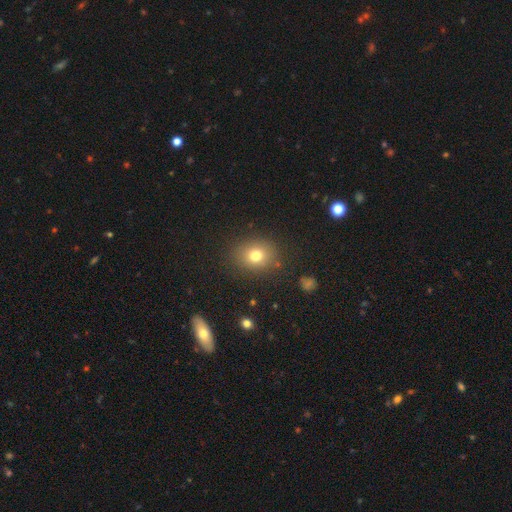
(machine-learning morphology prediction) This is likely a smooth galaxy (76%). How rounded: likely round (63%). Merging: clearly none (84%).